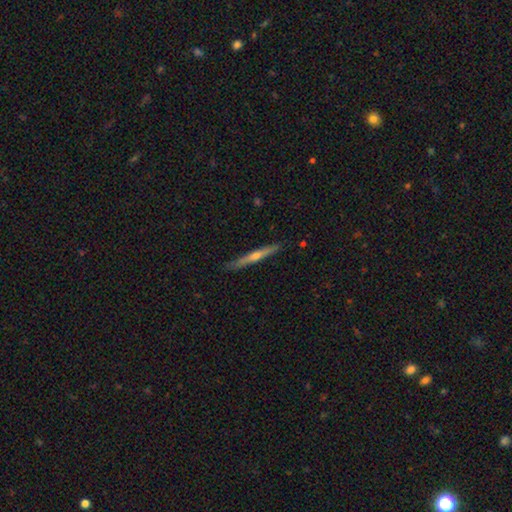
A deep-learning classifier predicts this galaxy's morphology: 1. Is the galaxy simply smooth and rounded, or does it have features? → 71% featured or disk, 23% smooth, 6% star or artifact.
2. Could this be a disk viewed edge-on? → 98% yes, 2% no.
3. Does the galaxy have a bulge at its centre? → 80% rounded, 17% none, 4% boxy.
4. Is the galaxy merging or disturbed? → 90% none, 7% minor disturbance, 1% major disturbance, 1% merger.